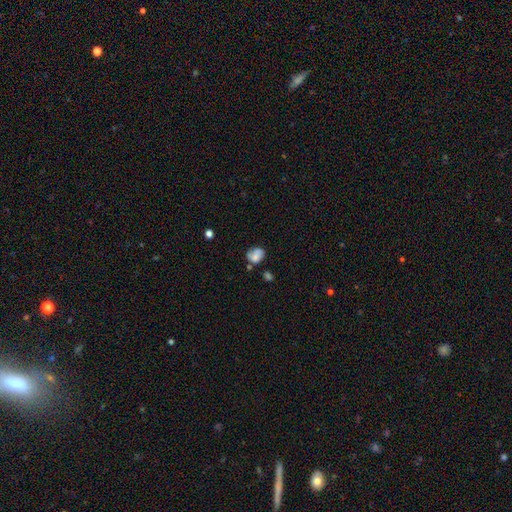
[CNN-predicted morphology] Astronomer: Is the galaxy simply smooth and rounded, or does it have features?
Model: smooth — 59%.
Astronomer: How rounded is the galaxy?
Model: round — 50% (runner-up: in between, 49%).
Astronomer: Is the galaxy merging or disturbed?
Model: none — 51% (runner-up: minor disturbance, 29%).